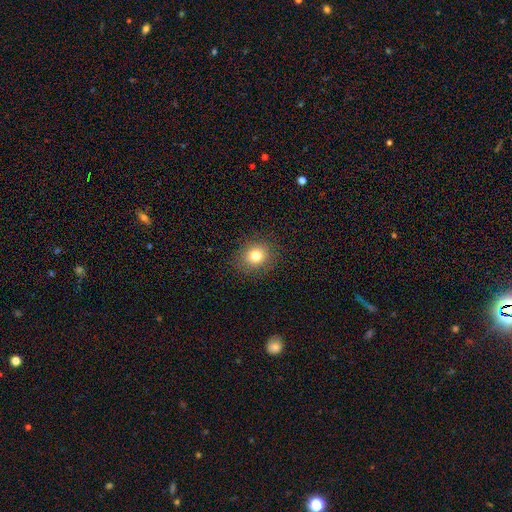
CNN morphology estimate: Smooth or featured: smooth — 79% (star or artifact — 13%)
How rounded: round — 76% (in between — 24%)
Merging: none — 89% (minor disturbance — 7%)